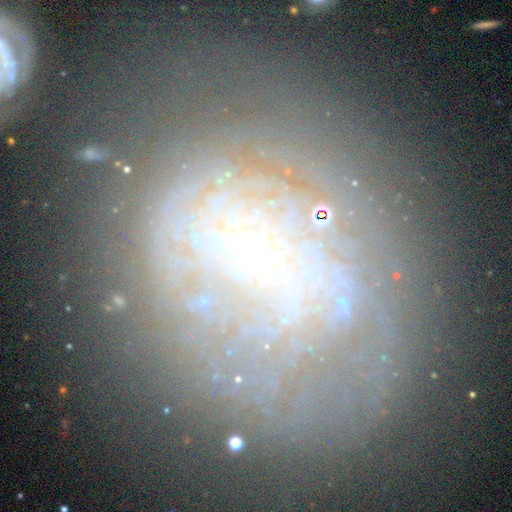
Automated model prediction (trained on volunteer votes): A featured or disk galaxy (63%) with no bar (78%), spiral arms (56%) and a small central bulge (49%).

Vote fractions:
- Smooth or featured? featured or disk: 63% / smooth: 21% / star or artifact: 16%
- Edge-on disk? no: 96% / yes: 4%
- Bar? no: 78% / weak: 16% / strong: 6%
- Spiral arms? yes: 56% / no: 44%
- Bulge size? small: 49% / none: 28% / moderate: 15% / large: 5% / dominant: 3%
- Merging? none: 63% / minor disturbance: 19% / major disturbance: 14% / merger: 3%